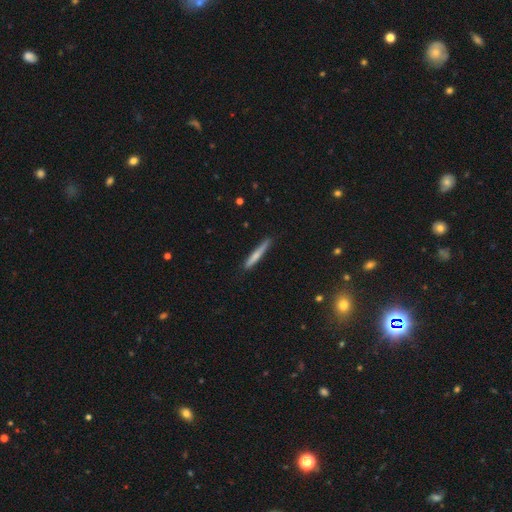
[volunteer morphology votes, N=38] Smooth or featured? 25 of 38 (66%) said smooth. How rounded? 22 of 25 (88%) said cigar-shaped. Merging? 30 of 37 (81%) said none.